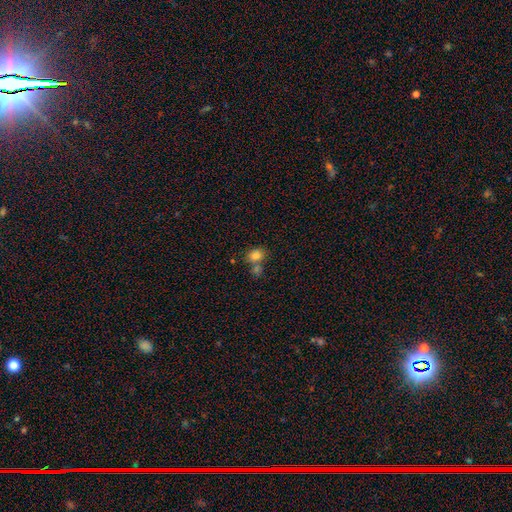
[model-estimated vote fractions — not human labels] A smooth galaxy with no disk features (81%) that is round (51%).

Vote fractions:
- Smooth or featured? smooth: 81% / star or artifact: 11% / featured or disk: 8%
- How rounded? round: 51% / in between: 48% / cigar-shaped: 1%
- Merging? none: 52% / merger: 33% / minor disturbance: 12% / major disturbance: 4%